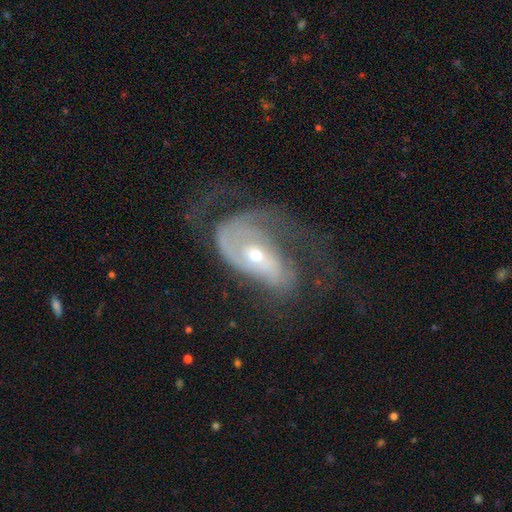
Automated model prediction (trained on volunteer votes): Smooth or featured: featured or disk — 78% (smooth — 15%)
Edge-on disk: no — 95% (yes — 5%)
Bar: no — 63% (weak — 25%)
Spiral arms: yes — 85% (no — 15%)
Spiral winding: medium — 39% (tight — 35%)
Spiral arm count: 2 — 41% (1 — 29%)
Bulge size: small — 48% (tied with moderate — 48%)
Merging: major disturbance — 43% (none — 35%)